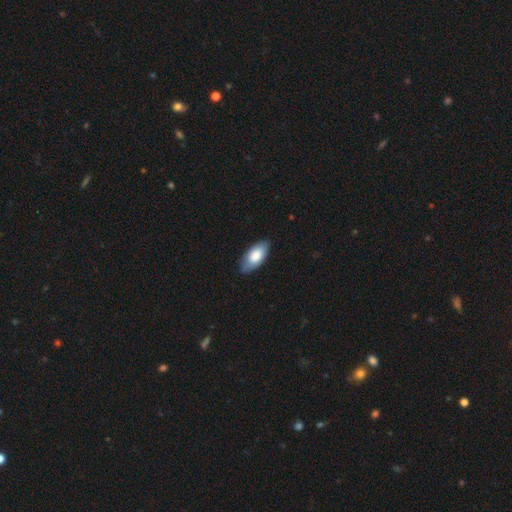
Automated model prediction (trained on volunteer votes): Smooth or featured?
  - smooth: 80% *
  - featured or disk: 15%
  - star or artifact: 5%
How rounded?
  - in between: 92% *
  - cigar-shaped: 6%
  - round: 2%
Merging?
  - none: 82% *
  - minor disturbance: 15%
  - major disturbance: 2%
  - merger: 1%